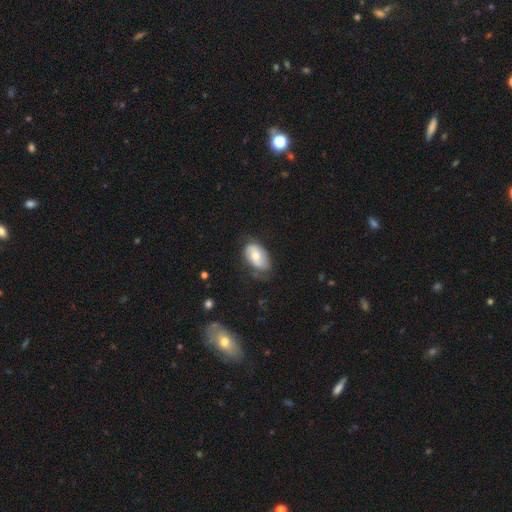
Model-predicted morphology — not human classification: smooth-or-featured: smooth: 52% | featured or disk: 41% | star or artifact: 7%
  how-rounded: in between: 91% | round: 8% | cigar-shaped: 1%
  merging: none: 58% | minor disturbance: 30% | major disturbance: 10% | merger: 2%